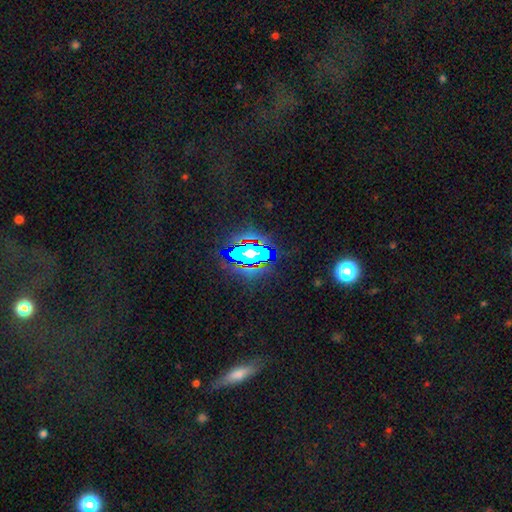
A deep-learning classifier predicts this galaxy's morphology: star or artifact 71%, smooth 16%, featured or disk 13%.